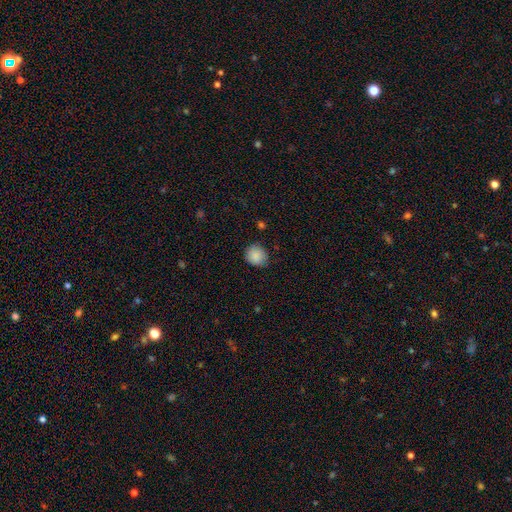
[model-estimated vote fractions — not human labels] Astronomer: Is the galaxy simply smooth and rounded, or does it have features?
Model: smooth — 88%.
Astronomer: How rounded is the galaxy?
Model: round — 83%.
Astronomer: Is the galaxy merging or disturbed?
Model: none — 80%.